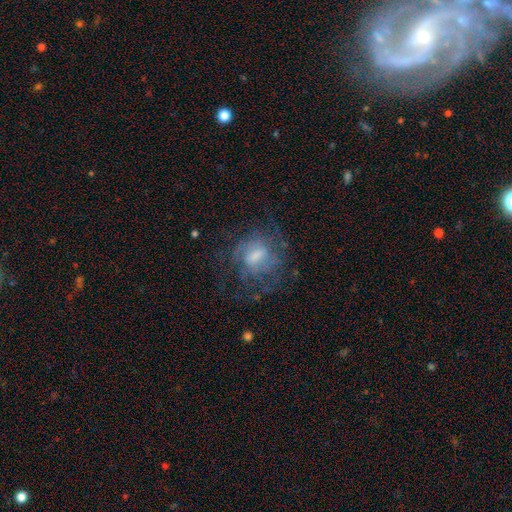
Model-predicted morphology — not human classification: Smooth or featured? Predicted: featured or disk (p=0.61). Edge-on disk? Predicted: no (p=0.96). Bar? Predicted: weak (p=0.52). Spiral arms? Predicted: yes (p=0.70). Bulge size? Predicted: moderate (p=0.41). Merging? Predicted: none (p=0.59).